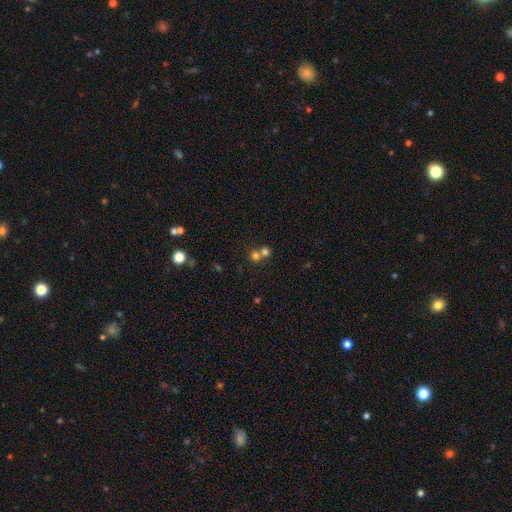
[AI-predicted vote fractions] smooth-or-featured: smooth: 71% | star or artifact: 18% | featured or disk: 11%
  how-rounded: round: 88% | in between: 11% | cigar-shaped: 1%
  merging: merger: 50% | none: 43% | minor disturbance: 4% | major disturbance: 2%